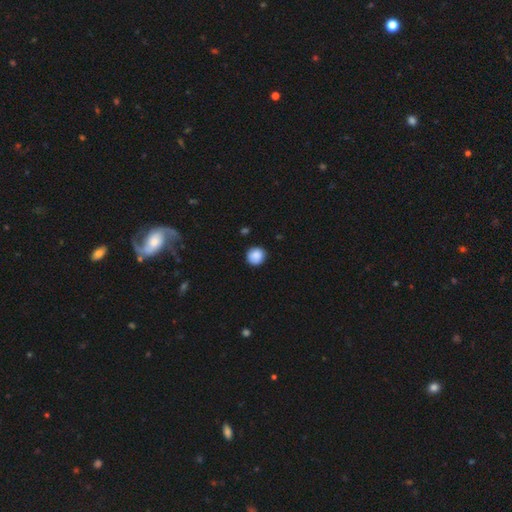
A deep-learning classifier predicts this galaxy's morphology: Smooth or featured: smooth — 88% (star or artifact — 8%)
How rounded: round — 92% (in between — 7%)
Merging: none — 86% (minor disturbance — 10%)